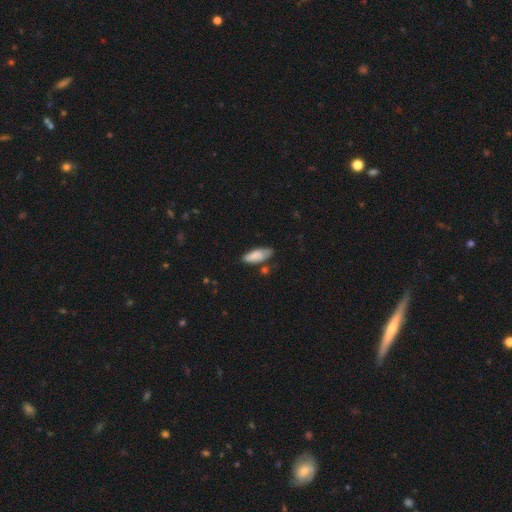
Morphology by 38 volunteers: Smooth or featured?
  - smooth: 82% *
  - featured or disk: 16%
  - star or artifact: 3%
How rounded?
  - in between: 77% *
  - cigar-shaped: 19%
  - round: 3%
Merging?
  - none: 68% *
  - minor disturbance: 22%
  - major disturbance: 11%
  - merger: 0%